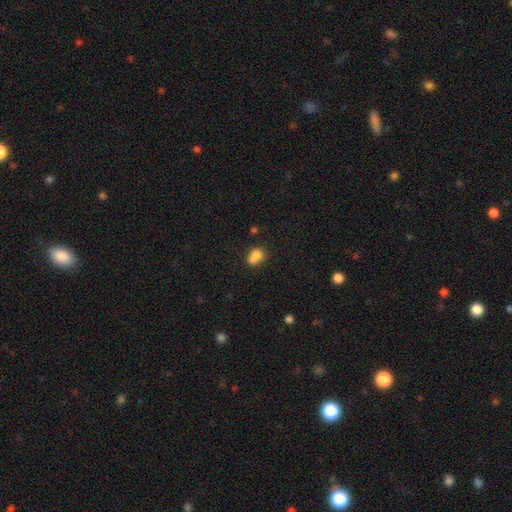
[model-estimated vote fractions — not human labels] This appears to be a smooth galaxy with no disk features (78%) that is in between round and cigar-shaped (56%). Merging: none (43%).